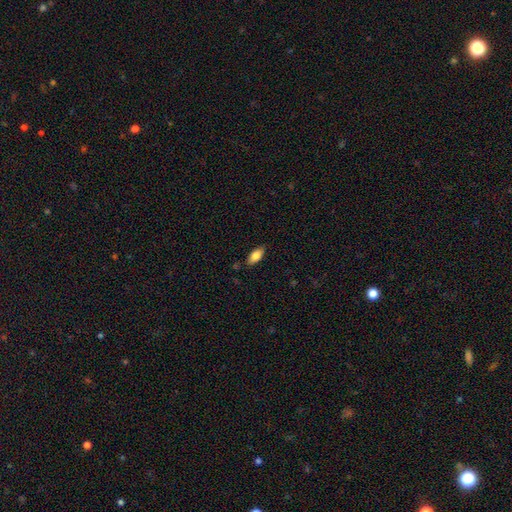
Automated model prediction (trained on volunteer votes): Smooth or featured? Predicted: smooth (p=0.82). How rounded? Predicted: in between (p=0.87). Merging? Predicted: none (p=0.82).